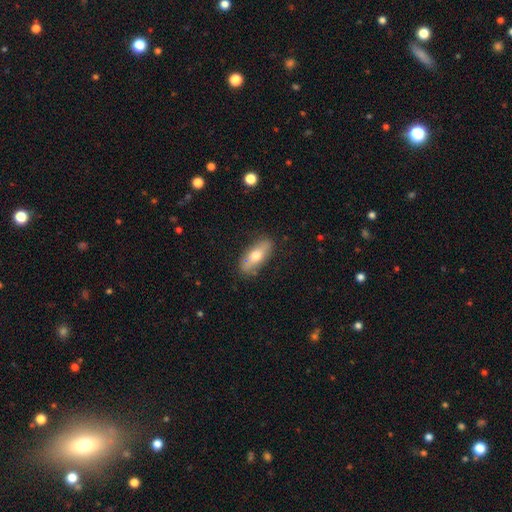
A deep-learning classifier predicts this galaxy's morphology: Smooth or featured? smooth (63%)
How rounded? in between (76%)
Merging? none (83%)